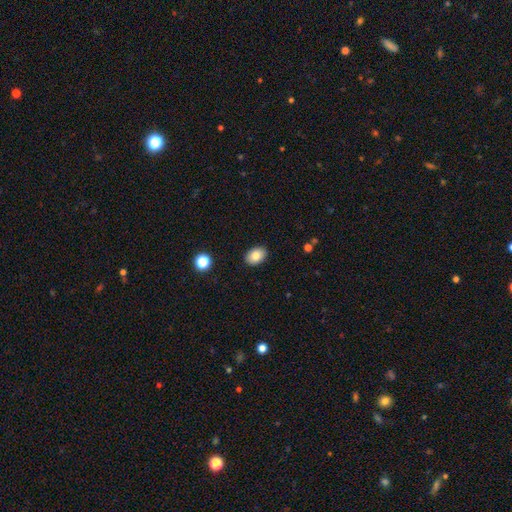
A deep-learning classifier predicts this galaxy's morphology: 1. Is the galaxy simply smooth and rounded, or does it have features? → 83% smooth, 9% featured or disk, 8% star or artifact.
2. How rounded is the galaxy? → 80% in between, 19% round, 1% cigar-shaped.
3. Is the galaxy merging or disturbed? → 89% none, 8% minor disturbance, 2% major disturbance, 1% merger.